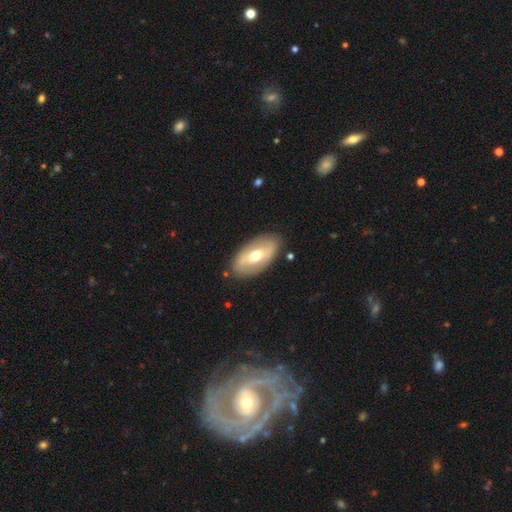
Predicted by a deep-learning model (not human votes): Q: Smooth or featured?
A: featured or disk (52%); runner-up: smooth (43%)
Q: Edge-on disk?
A: no (87%); runner-up: yes (13%)
Q: Merging?
A: none (83%); runner-up: minor disturbance (11%)